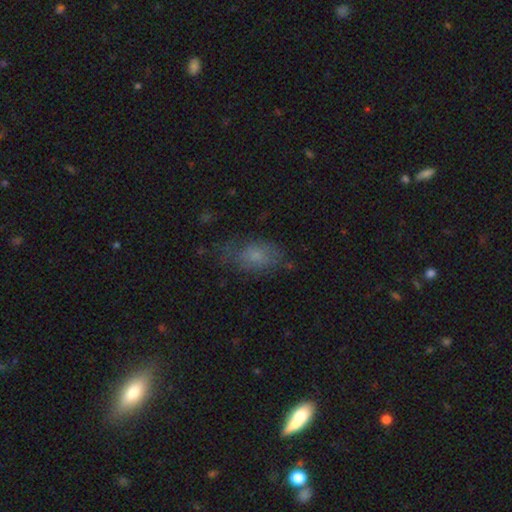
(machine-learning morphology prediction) smooth_or_featured: smooth (p=0.68) [alt: featured or disk p=0.21]
how_rounded: in between (p=0.85) [alt: round p=0.11]
merging: none (p=0.57) [alt: minor disturbance p=0.27]